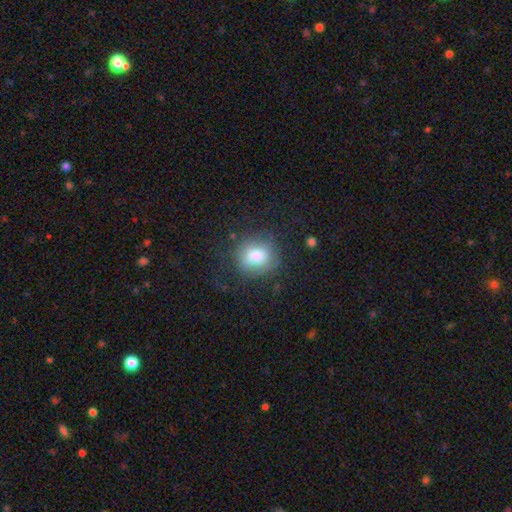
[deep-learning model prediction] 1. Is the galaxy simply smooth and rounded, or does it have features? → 79% smooth, 12% featured or disk, 10% star or artifact.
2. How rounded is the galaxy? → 78% round, 21% in between, 1% cigar-shaped.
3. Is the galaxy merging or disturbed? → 74% none, 16% minor disturbance, 9% major disturbance, 2% merger.